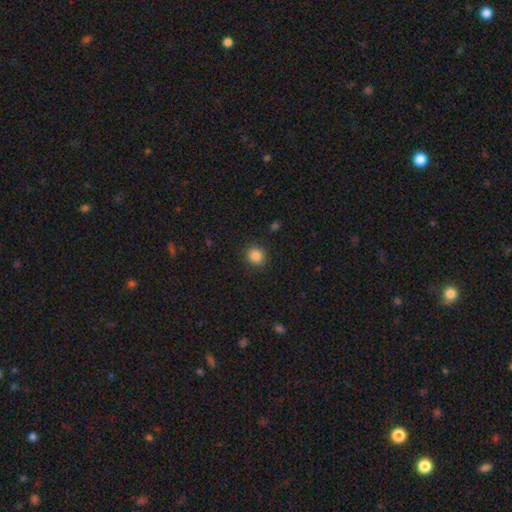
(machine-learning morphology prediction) Smooth or featured? Predicted: smooth (p=0.86). How rounded? Predicted: round (p=0.88). Merging? Predicted: none (p=0.89).